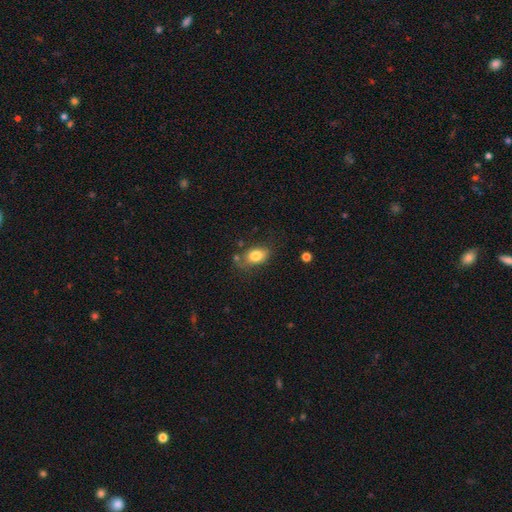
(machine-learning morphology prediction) Smooth or featured? smooth (80%)
How rounded? in between (81%)
Merging? none (66%)